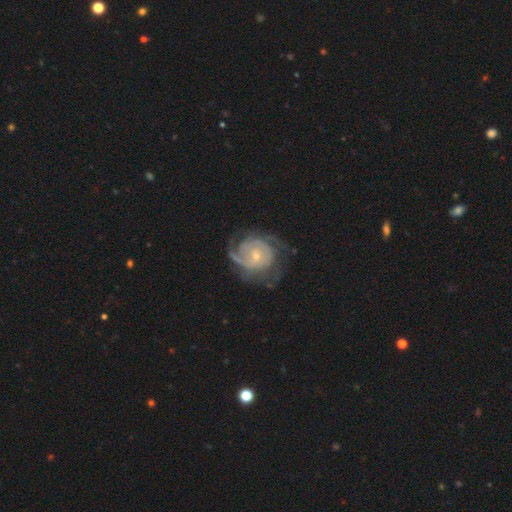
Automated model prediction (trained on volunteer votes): smooth-or-featured: featured or disk: 83% | smooth: 11% | star or artifact: 5%
  disk-edge-on: no: 98% | yes: 2%
    bar: no: 73% | weak: 23% | strong: 4%
    has-spiral-arms: yes: 94% | no: 6%
      spiral-winding: tight: 58% | medium: 31% | loose: 11%
      spiral-arm-count: 2: 31% | can't tell: 28% | 3: 19% | 1: 11% | 4: 7% | more than 4: 5%
    bulge-size: small: 66% | moderate: 29% | large: 2% | none: 2% | dominant: 1%
  merging: none: 61% | minor disturbance: 20% | major disturbance: 17% | merger: 2%